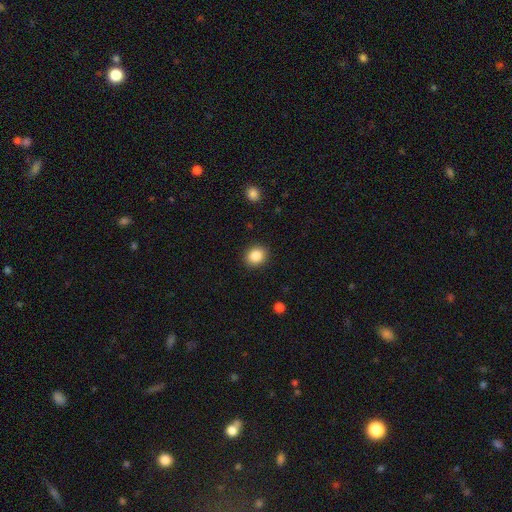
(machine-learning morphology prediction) This is clearly a smooth galaxy (86%). How rounded: likely round (67%). Merging: clearly none (90%).